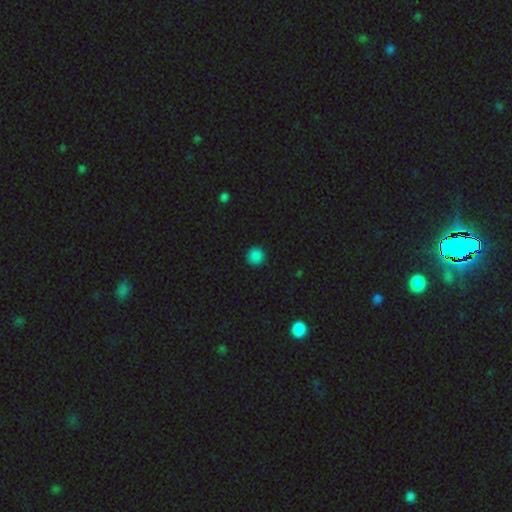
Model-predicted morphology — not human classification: Smooth or featured? smooth (86%)
How rounded? round (95%)
Merging? none (92%)